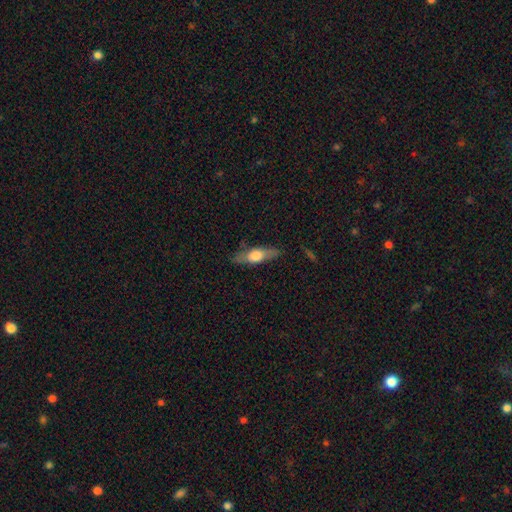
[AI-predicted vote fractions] smooth-or-featured: featured or disk: 47% (tied) | smooth: 47% (tied) | star or artifact: 6%
  merging: none: 80% | minor disturbance: 14% | major disturbance: 4% | merger: 2%